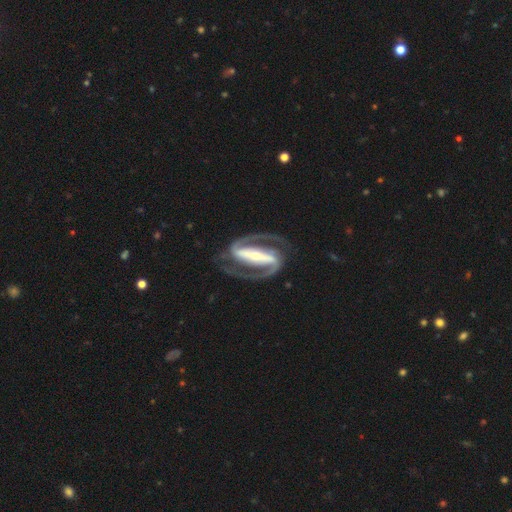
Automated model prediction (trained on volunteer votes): Overall: featured or disk (94%). Edge-on disk: no (96%). Bar: strong (85%). Spiral arms: yes (98%). Spiral arm count: 2 (94%). Spiral winding: medium (53%; tight 37%). Bulge size: small (53%; moderate 37%). Merging: none (82%).